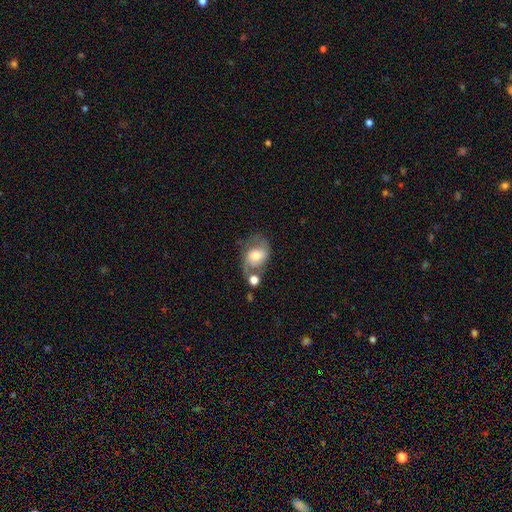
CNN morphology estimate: This is likely a featured or disk galaxy (63%). It is clearly not viewed edge-on (97%). Bar: possibly no (55%). Spiral arm pattern: clearly yes (86%). Spiral arm count: clearly 2 (85%). Spiral winding: possibly medium (47%). Central bulge: possibly moderate (59%). Merging: marginally none (45%).